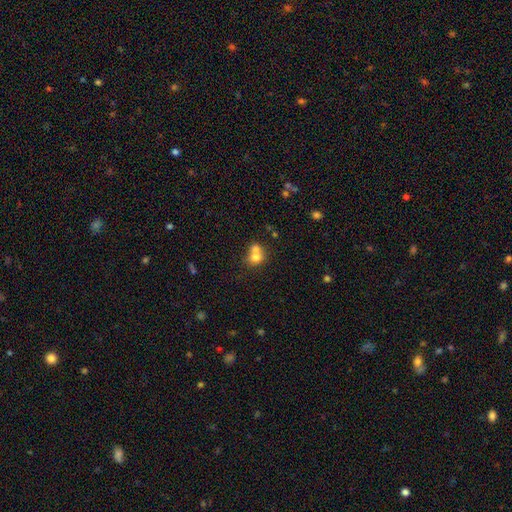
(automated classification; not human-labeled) Q: Smooth or featured?
A: smooth (71%); runner-up: featured or disk (17%)
Q: How rounded?
A: round (69%); runner-up: in between (30%)
Q: Merging?
A: merger (63%); runner-up: none (27%)